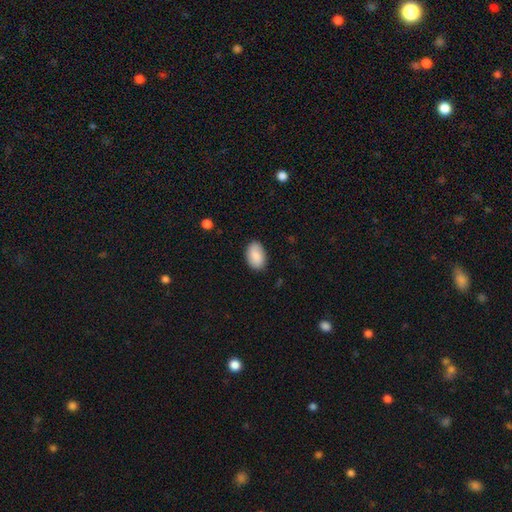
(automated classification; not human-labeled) Overall: smooth (88%). How rounded: in between (91%). Merging: none (85%).